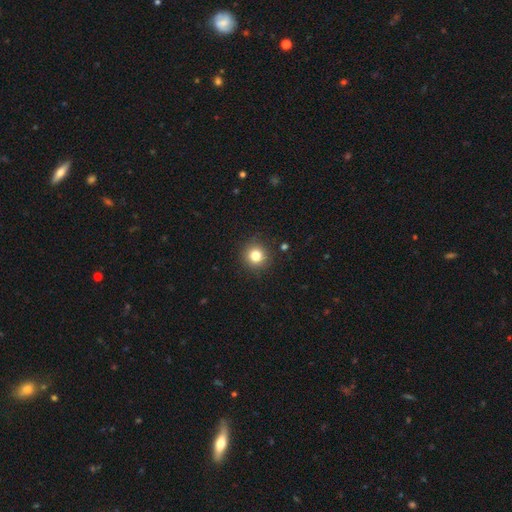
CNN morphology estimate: smooth-or-featured: smooth: 81% | star or artifact: 12% | featured or disk: 6%
  how-rounded: round: 94% | in between: 5% | cigar-shaped: 1%
  merging: none: 90% | minor disturbance: 6% | major disturbance: 2% | merger: 1%